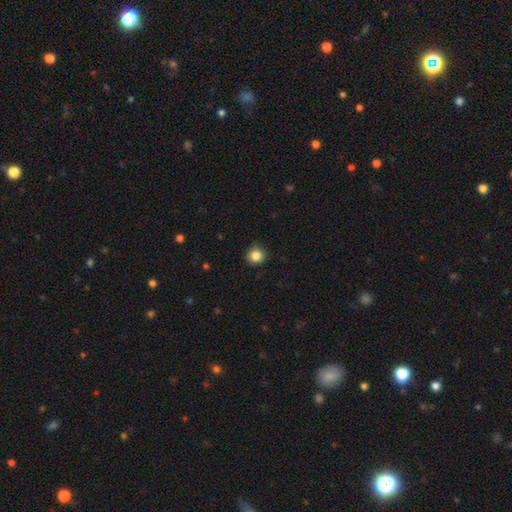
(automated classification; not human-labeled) Morphology: type=smooth (85%); roundness=round (92%); merging=none (85%).